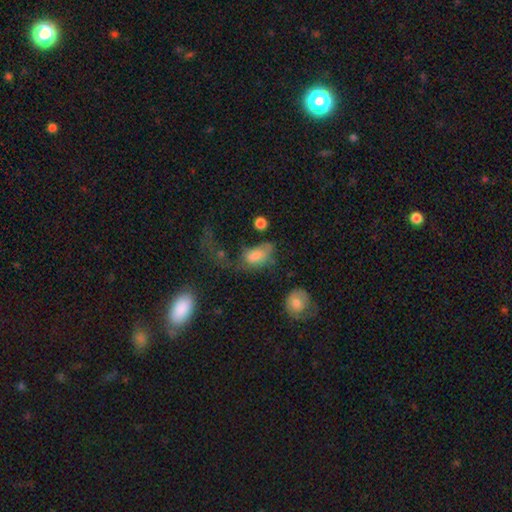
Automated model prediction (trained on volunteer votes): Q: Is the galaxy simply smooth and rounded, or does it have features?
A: smooth — 62%.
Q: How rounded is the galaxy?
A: in between — 87%.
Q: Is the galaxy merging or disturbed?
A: major disturbance — 46%.